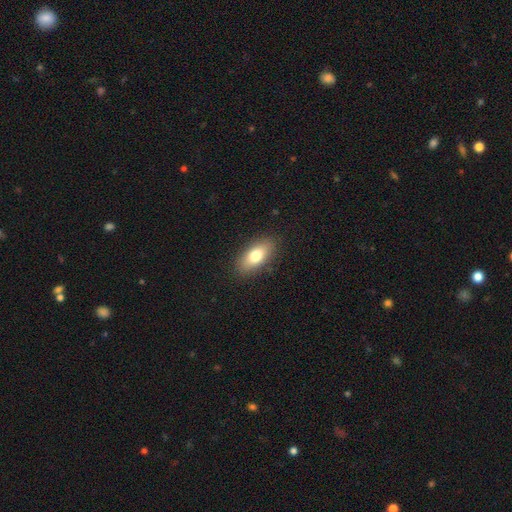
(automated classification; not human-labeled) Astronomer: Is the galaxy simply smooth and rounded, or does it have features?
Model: smooth — 76%.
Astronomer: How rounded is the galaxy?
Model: in between — 86%.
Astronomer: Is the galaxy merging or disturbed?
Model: none — 87%.